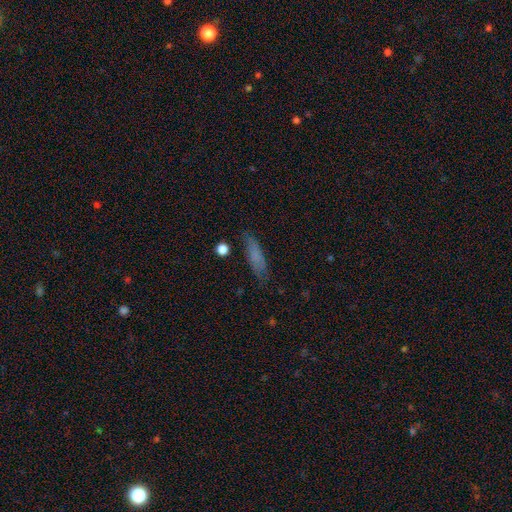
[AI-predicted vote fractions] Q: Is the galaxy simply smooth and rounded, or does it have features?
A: smooth — 68%.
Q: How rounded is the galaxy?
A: cigar-shaped — 59%.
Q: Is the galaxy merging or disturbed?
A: none — 72%.